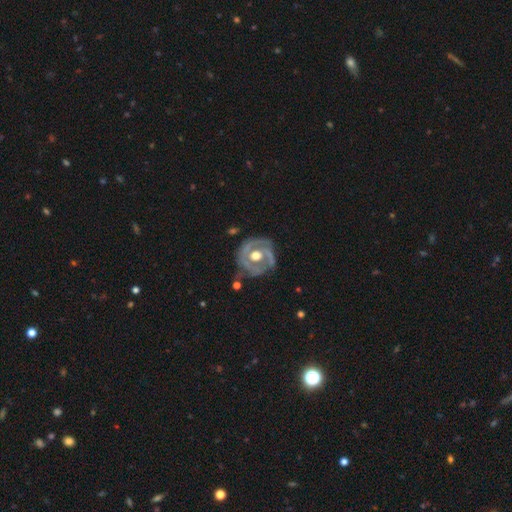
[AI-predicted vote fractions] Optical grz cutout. It shows a featured or disk galaxy (77%) with no bar (73%), spiral arms (65%) and a moderate central bulge (67%). Merging: none (65%).